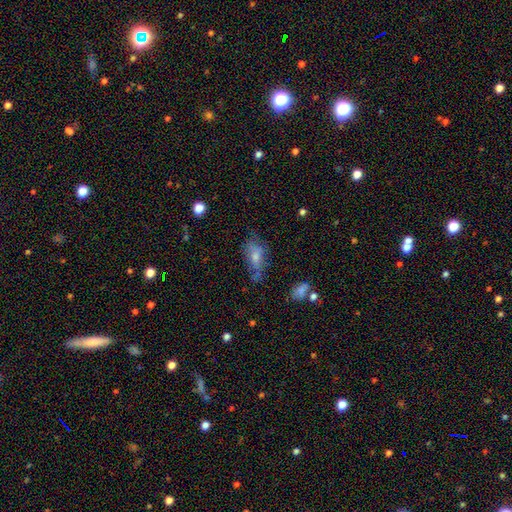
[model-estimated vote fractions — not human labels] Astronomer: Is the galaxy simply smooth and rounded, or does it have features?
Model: smooth — 61%.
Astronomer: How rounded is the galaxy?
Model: in between — 83%.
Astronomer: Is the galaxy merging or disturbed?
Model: none — 48% (runner-up: minor disturbance, 29%).